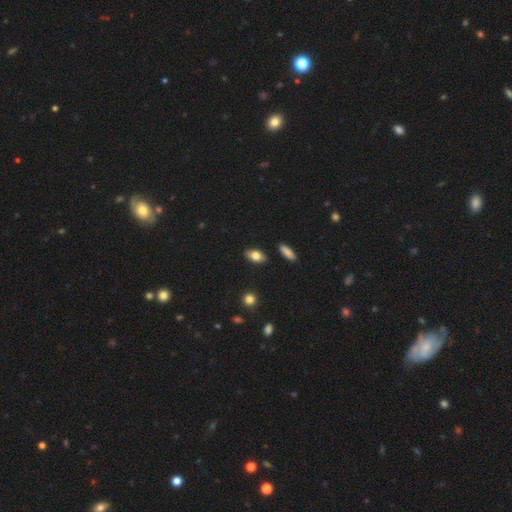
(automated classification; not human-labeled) Smooth or featured: smooth — 79% (featured or disk — 14%)
How rounded: in between — 88% (round — 7%)
Merging: none — 87% (minor disturbance — 9%)